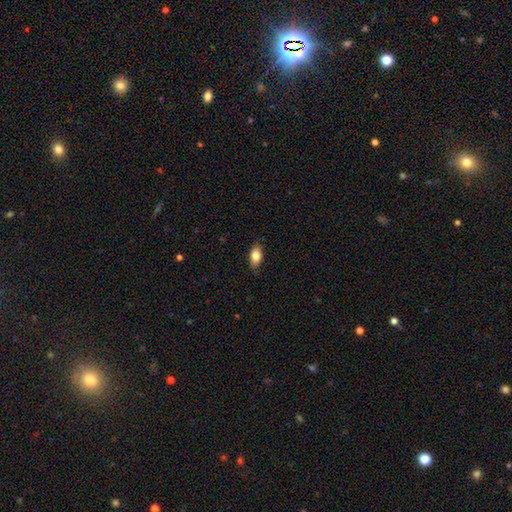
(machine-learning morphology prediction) The model was most divided on "smooth or featured": smooth: 82%, featured or disk: 11%, star or artifact: 7%. More confident: how rounded — in between (89%); merging — none (85%).